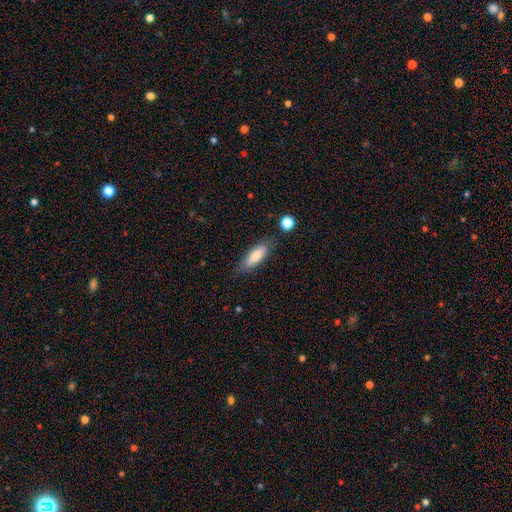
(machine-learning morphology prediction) type=smooth (82%); roundness=in between (54%); merging=none (79%).